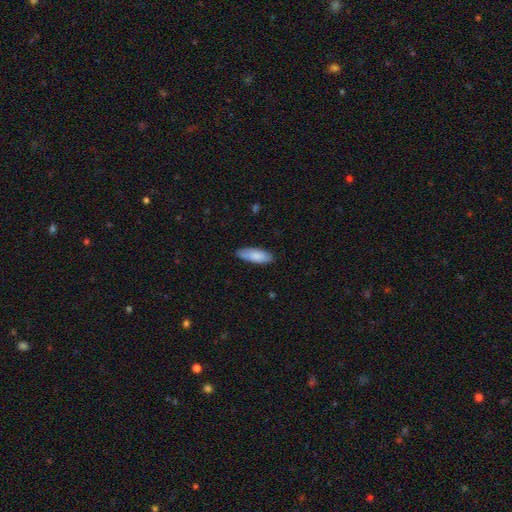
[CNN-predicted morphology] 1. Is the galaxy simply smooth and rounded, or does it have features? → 83% smooth, 12% featured or disk, 5% star or artifact.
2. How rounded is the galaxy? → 69% in between, 30% cigar-shaped, 2% round.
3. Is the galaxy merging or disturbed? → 82% none, 14% minor disturbance, 2% major disturbance, 1% merger.